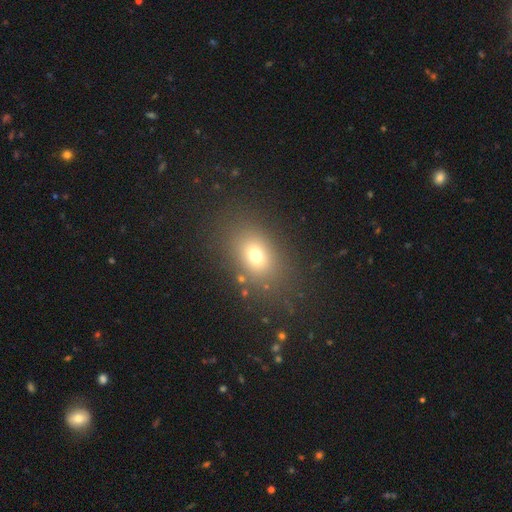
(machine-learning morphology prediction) A smooth galaxy with no disk features (70%) that is in between round and cigar-shaped (65%).

Vote fractions:
- Smooth or featured? smooth: 70% / star or artifact: 17% / featured or disk: 13%
- How rounded? in between: 65% / round: 33% / cigar-shaped: 2%
- Merging? none: 80% / minor disturbance: 10% / major disturbance: 7% / merger: 2%